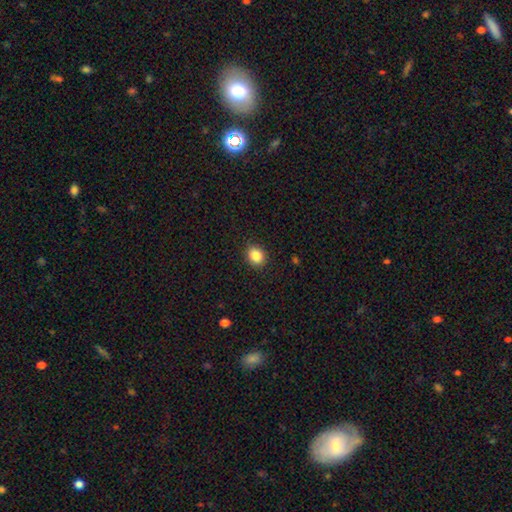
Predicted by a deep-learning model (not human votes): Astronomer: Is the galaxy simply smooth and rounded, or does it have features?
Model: smooth — 86%.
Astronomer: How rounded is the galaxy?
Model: round — 58% (runner-up: in between, 41%).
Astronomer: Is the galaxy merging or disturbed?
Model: none — 88%.